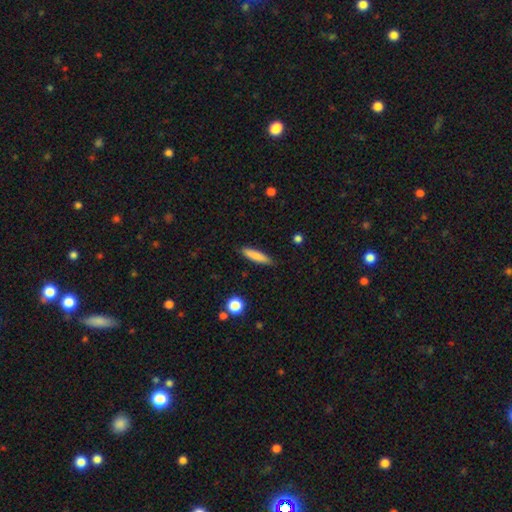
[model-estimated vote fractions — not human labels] Smooth or featured? smooth (81%)
How rounded? cigar-shaped (83%)
Merging? none (87%)